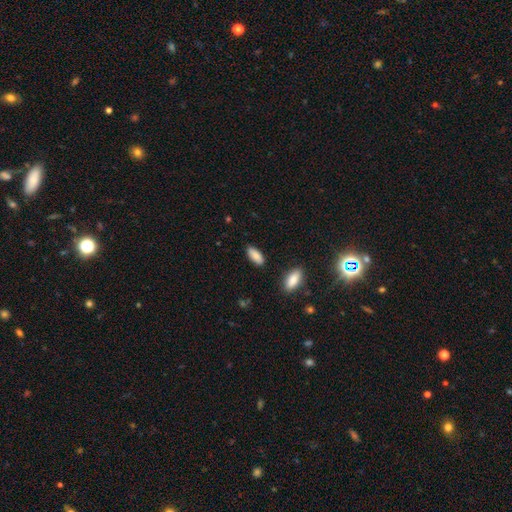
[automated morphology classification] smooth-or-featured: smooth: 86% | featured or disk: 7% | star or artifact: 7%
  how-rounded: in between: 82% | cigar-shaped: 16% | round: 2%
  merging: none: 85% | minor disturbance: 11% | merger: 2% | major disturbance: 2%